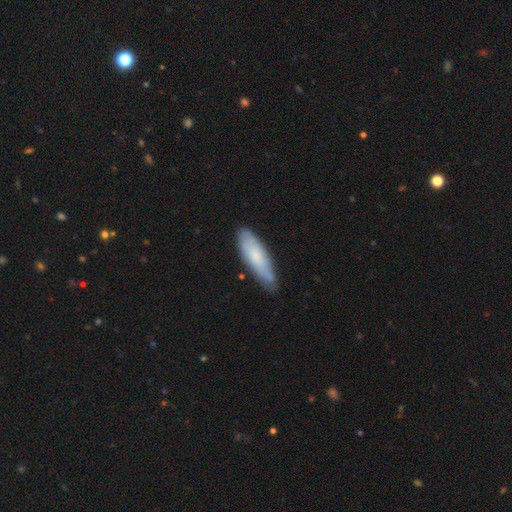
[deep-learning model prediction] This is likely a smooth galaxy (68%). How rounded: possibly cigar-shaped (54%). Merging: likely none (71%).